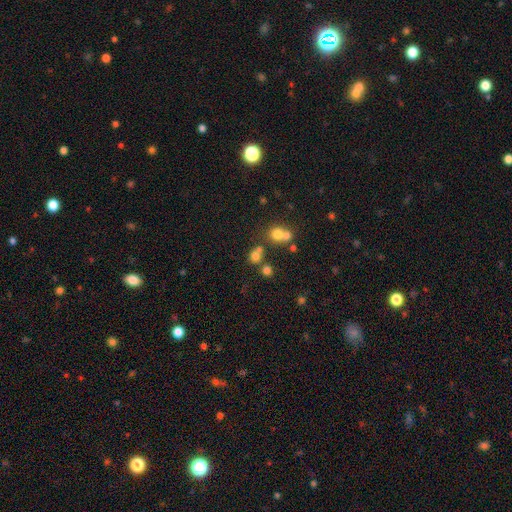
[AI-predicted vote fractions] smooth-or-featured: smooth: 69% | star or artifact: 19% | featured or disk: 12%
  how-rounded: round: 77% | in between: 22% | cigar-shaped: 1%
  merging: none: 54% | merger: 32% | minor disturbance: 9% | major disturbance: 5%